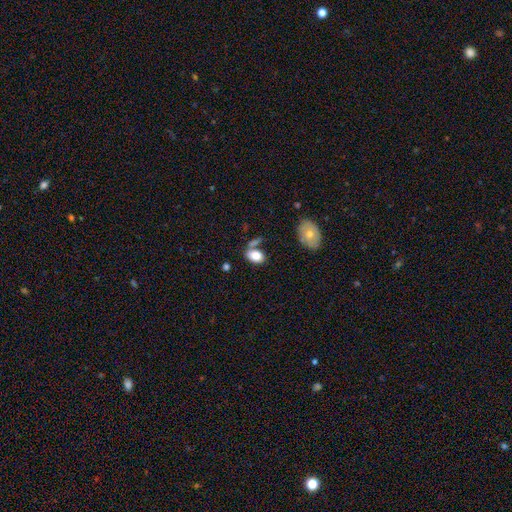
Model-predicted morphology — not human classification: Smooth or featured: smooth — 83% (featured or disk — 9%)
How rounded: in between — 86% (round — 12%)
Merging: none — 52% (merger — 24%)